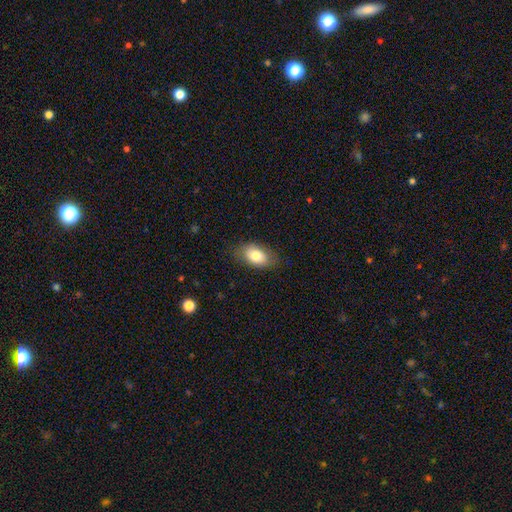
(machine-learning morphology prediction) Smooth or featured? Predicted: smooth (p=0.80). How rounded? Predicted: in between (p=0.90). Merging? Predicted: none (p=0.80).